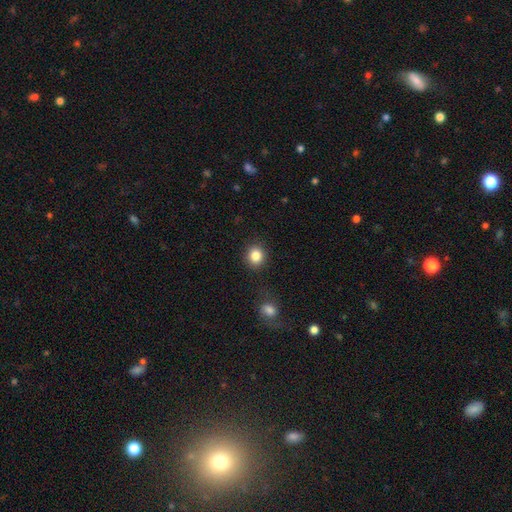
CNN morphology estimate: A smooth galaxy with no disk features (85%) that is round (81%).

Vote fractions:
- Smooth or featured? smooth: 85% / star or artifact: 10% / featured or disk: 5%
- How rounded? round: 81% / in between: 18% / cigar-shaped: 1%
- Merging? none: 86% / minor disturbance: 8% / merger: 3% / major disturbance: 3%